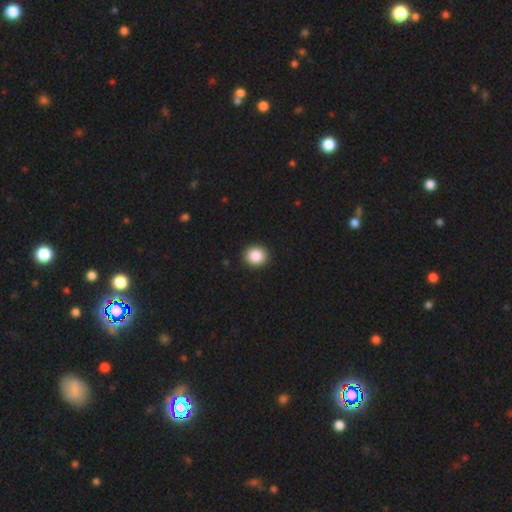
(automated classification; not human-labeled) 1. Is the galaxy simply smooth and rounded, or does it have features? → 87% smooth, 9% star or artifact, 4% featured or disk.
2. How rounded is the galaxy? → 77% round, 22% in between, 1% cigar-shaped.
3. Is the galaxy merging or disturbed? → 92% none, 5% minor disturbance, 2% major disturbance, 1% merger.